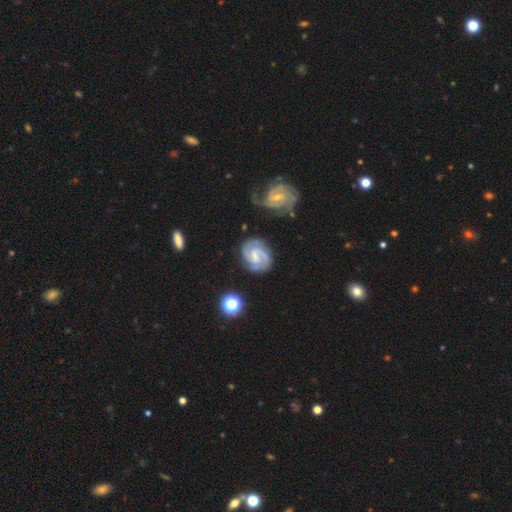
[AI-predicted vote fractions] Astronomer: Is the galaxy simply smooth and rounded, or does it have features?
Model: featured or disk — 87%.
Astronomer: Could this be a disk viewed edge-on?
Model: no — 98%.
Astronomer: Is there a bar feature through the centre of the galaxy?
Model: weak — 55%.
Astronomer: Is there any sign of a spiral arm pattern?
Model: yes — 98%.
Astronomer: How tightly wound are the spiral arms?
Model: tight — 45%, tied with medium at 45%.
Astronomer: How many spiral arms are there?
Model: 2 — 73%.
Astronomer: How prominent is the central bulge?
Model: small — 46% (runner-up: none, 27%).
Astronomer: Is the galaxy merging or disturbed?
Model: none — 72%.